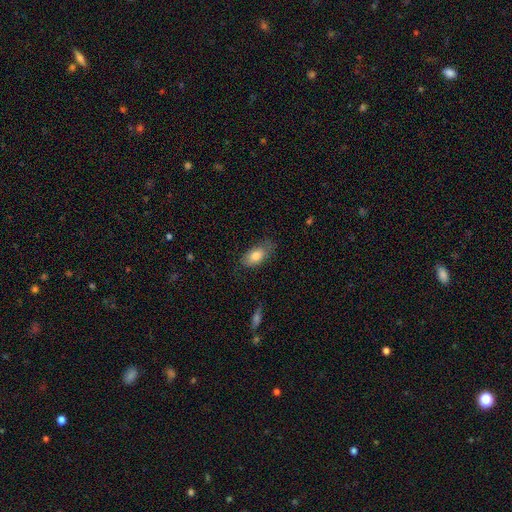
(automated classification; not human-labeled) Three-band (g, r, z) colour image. It shows a smooth galaxy with no disk features (81%) that is in between round and cigar-shaped (91%). Merging: none (67%).